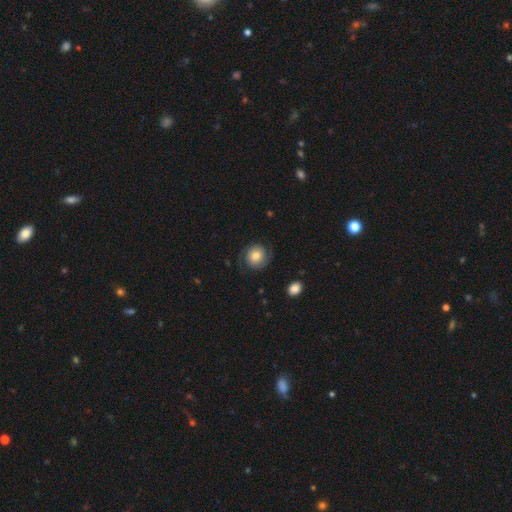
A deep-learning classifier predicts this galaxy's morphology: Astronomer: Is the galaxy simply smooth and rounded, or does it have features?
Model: featured or disk — 48% (runner-up: smooth, 44%).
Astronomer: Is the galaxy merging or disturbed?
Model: none — 77%.